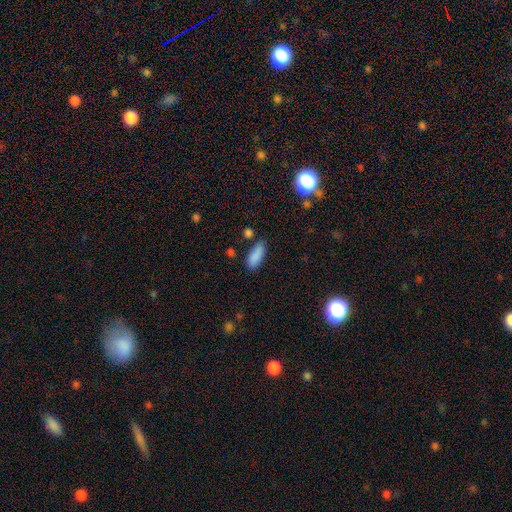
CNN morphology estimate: This is clearly a smooth galaxy (88%). How rounded: likely in between (77%). Merging: likely none (76%).